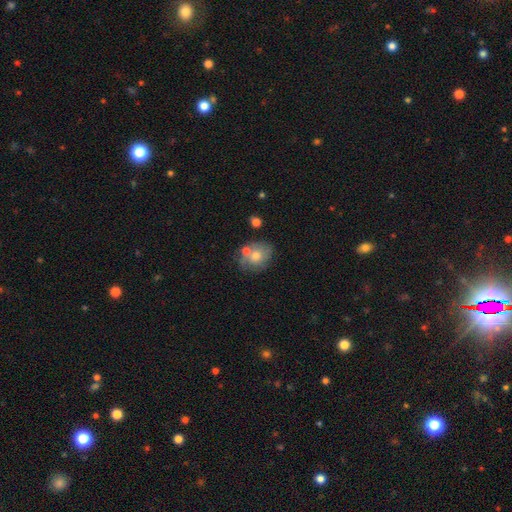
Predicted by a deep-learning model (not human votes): smooth-or-featured: smooth: 65% | featured or disk: 27% | star or artifact: 9%
  how-rounded: round: 53% | in between: 46% | cigar-shaped: 1%
  merging: none: 50% | merger: 25% | minor disturbance: 19% | major disturbance: 6%